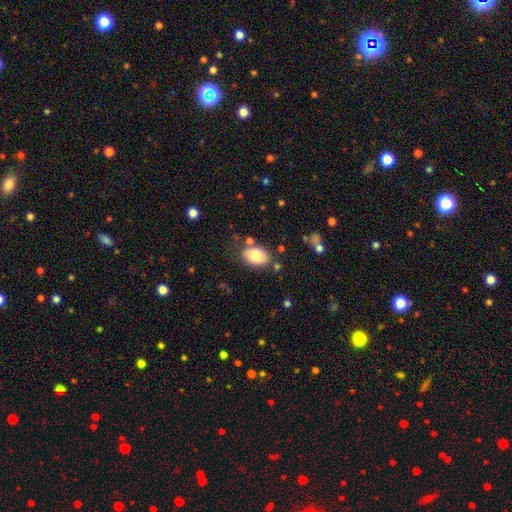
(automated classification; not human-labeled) A smooth galaxy with no disk features (80%) that is in between round and cigar-shaped (85%). Merging: none (76%).